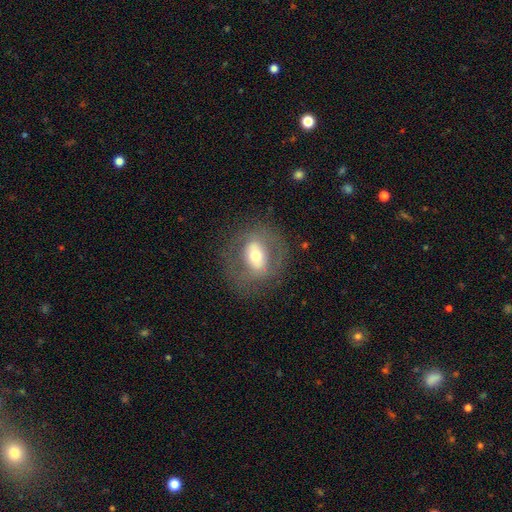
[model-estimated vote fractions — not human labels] Smooth or featured: featured or disk — 49% (smooth — 42%)
Merging: none — 74% (minor disturbance — 14%)